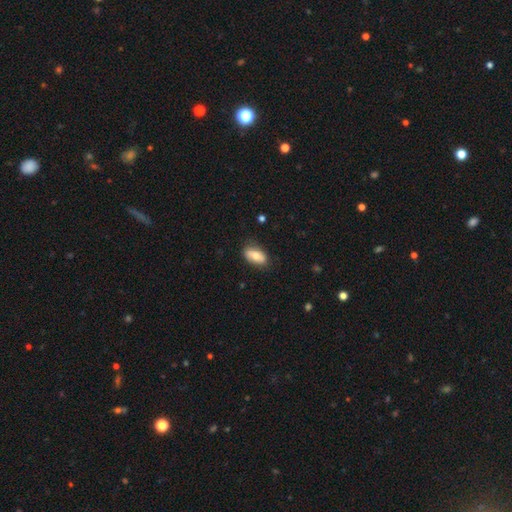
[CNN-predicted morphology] Smooth or featured: smooth — 72% (featured or disk — 22%)
How rounded: in between — 91% (cigar-shaped — 5%)
Merging: none — 79% (minor disturbance — 16%)